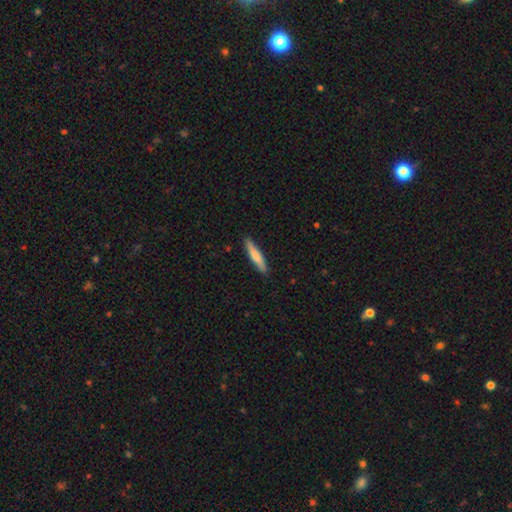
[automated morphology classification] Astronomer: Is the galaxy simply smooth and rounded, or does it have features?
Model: smooth — 71%.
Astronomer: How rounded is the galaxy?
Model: cigar-shaped — 88%.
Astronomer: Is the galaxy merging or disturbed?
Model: none — 88%.